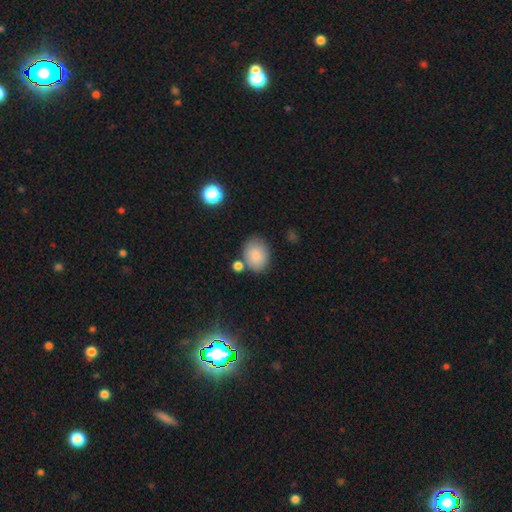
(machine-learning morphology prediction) Overall: smooth (85%). How rounded: in between (62%; round 37%). Merging: none (73%).